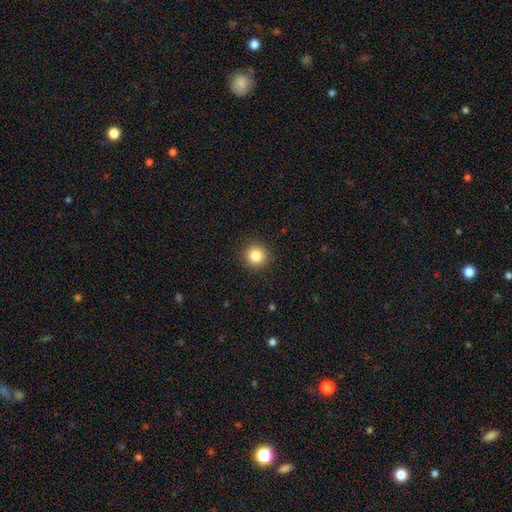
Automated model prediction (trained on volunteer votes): Smooth or featured? Predicted: smooth (p=0.85). How rounded? Predicted: round (p=0.95). Merging? Predicted: none (p=0.92).